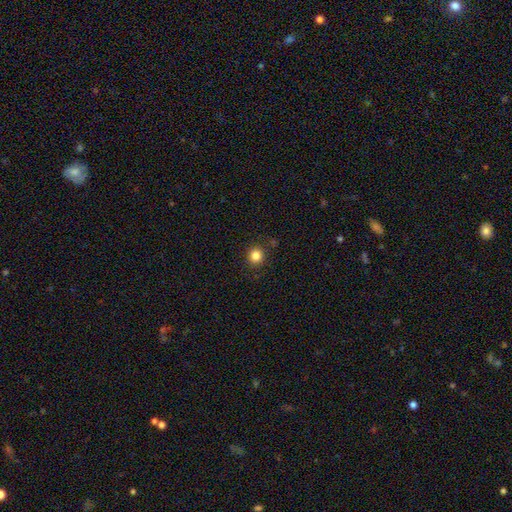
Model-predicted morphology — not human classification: Overall: smooth (84%). How rounded: round (90%). Merging: none (89%).